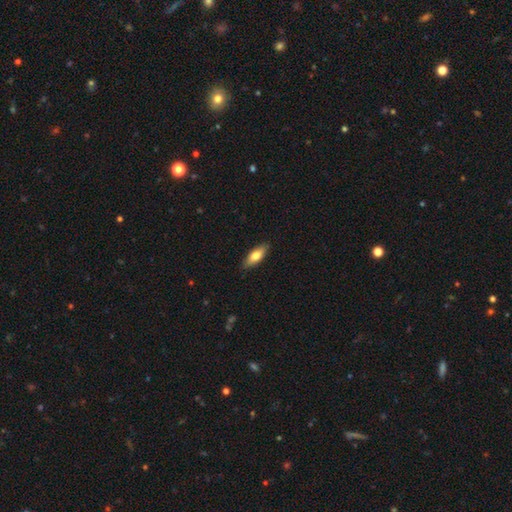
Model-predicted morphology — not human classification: Q: Smooth or featured?
A: smooth (70%); runner-up: featured or disk (24%)
Q: How rounded?
A: in between (66%); runner-up: cigar-shaped (31%)
Q: Merging?
A: none (87%); runner-up: minor disturbance (10%)